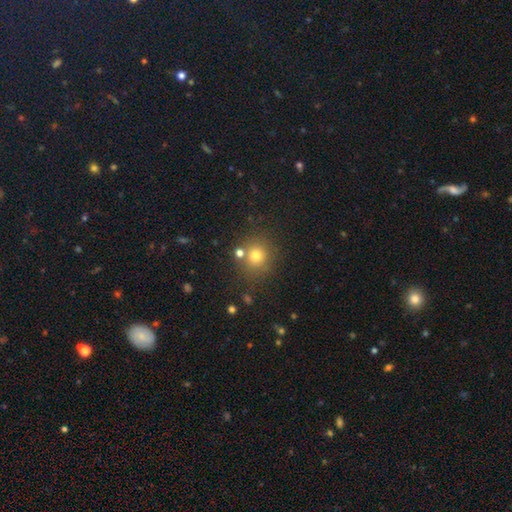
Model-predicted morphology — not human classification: This is likely a smooth galaxy (74%). How rounded: clearly round (89%). Merging: likely none (75%).